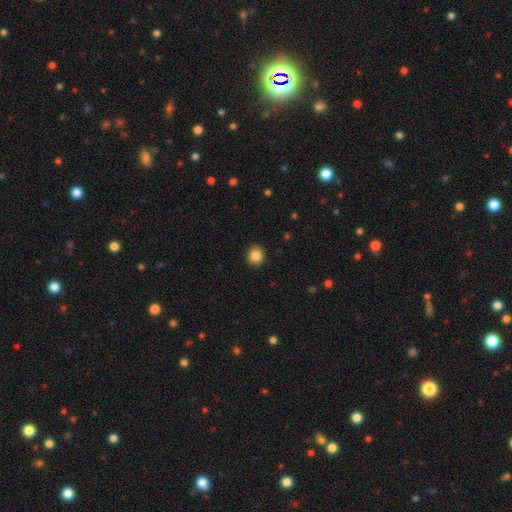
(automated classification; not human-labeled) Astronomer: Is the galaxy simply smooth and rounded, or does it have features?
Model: smooth — 85%.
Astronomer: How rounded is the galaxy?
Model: round — 82%.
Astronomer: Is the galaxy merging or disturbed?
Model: none — 92%.